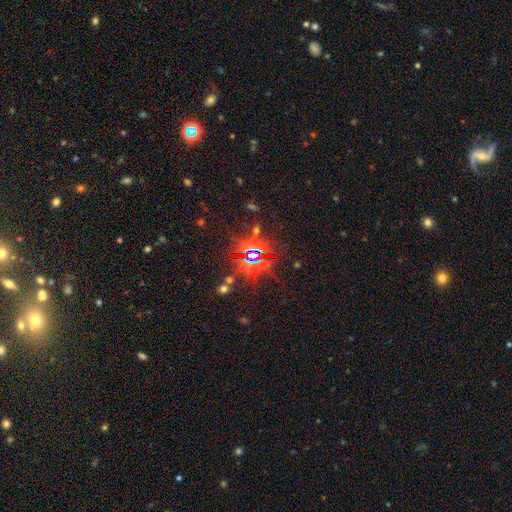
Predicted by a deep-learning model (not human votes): Overall: star or artifact (79%).